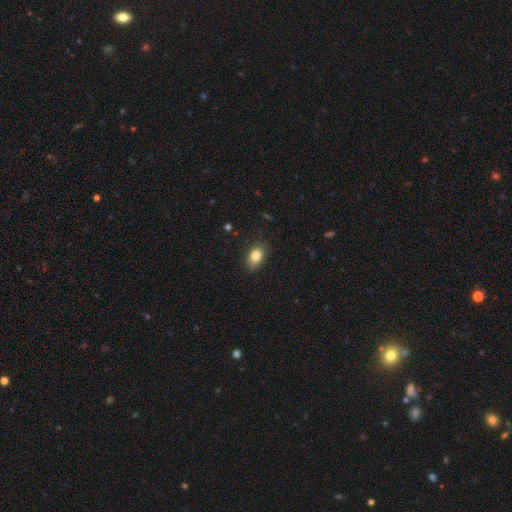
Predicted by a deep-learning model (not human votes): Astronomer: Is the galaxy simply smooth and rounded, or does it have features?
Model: smooth — 82%.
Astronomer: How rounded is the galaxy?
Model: in between — 82%.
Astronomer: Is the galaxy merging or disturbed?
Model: none — 86%.